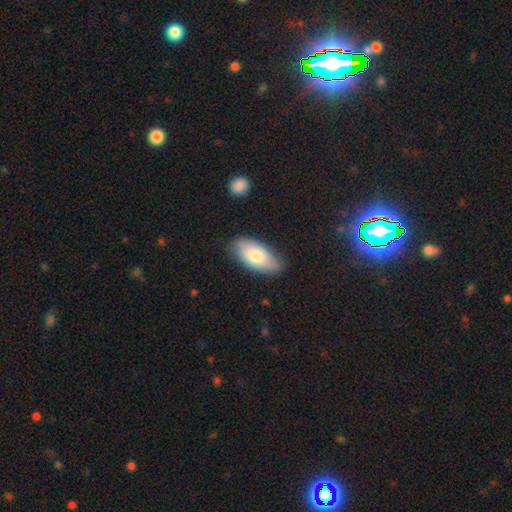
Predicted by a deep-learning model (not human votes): Smooth or featured? Predicted: smooth (p=0.76). How rounded? Predicted: in between (p=0.93). Merging? Predicted: none (p=0.78).